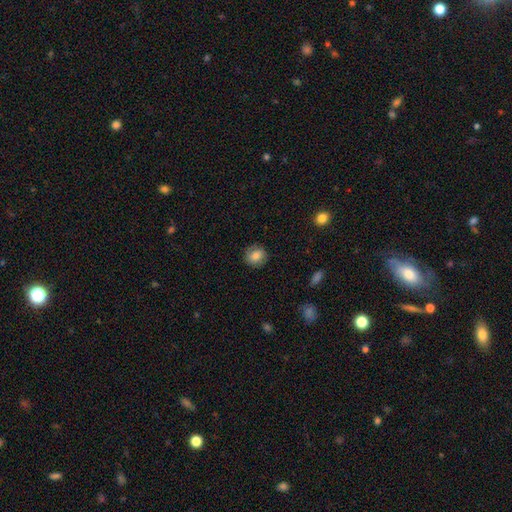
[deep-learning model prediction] smooth 73%, featured or disk 18%, star or artifact 9%. Down the decision tree: how rounded — round (79%); merging — none (82%).